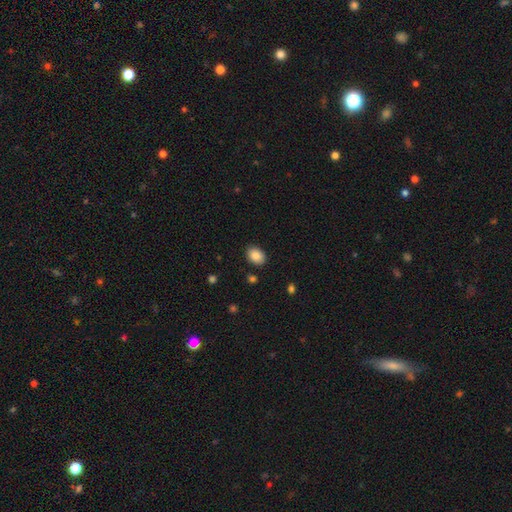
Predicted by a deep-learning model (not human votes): This is clearly a smooth galaxy (87%). How rounded: likely in between (75%). Merging: clearly none (87%).